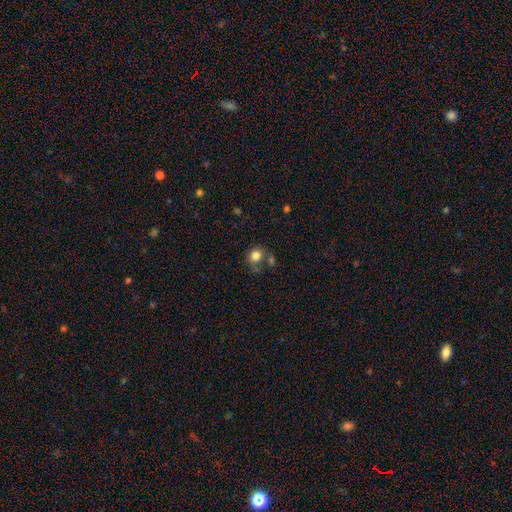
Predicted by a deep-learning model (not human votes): smooth-or-featured: smooth: 81% | star or artifact: 11% | featured or disk: 8%
  how-rounded: round: 78% | in between: 21% | cigar-shaped: 1%
  merging: none: 61% | minor disturbance: 16% | merger: 16% | major disturbance: 7%